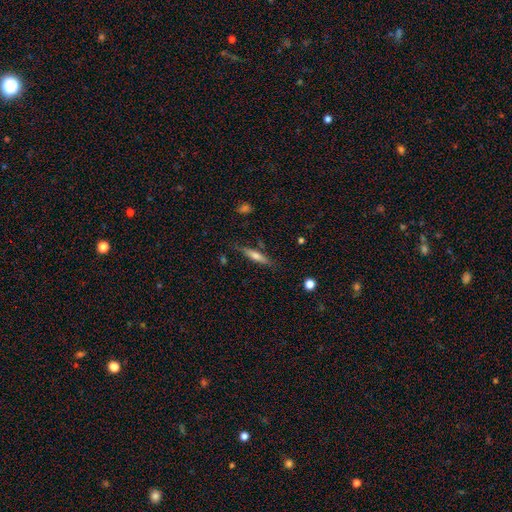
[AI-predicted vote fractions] The model was most divided on "smooth or featured": smooth: 52%, featured or disk: 40%, star or artifact: 7%. More confident: how rounded — cigar-shaped (83%); merging — none (81%).